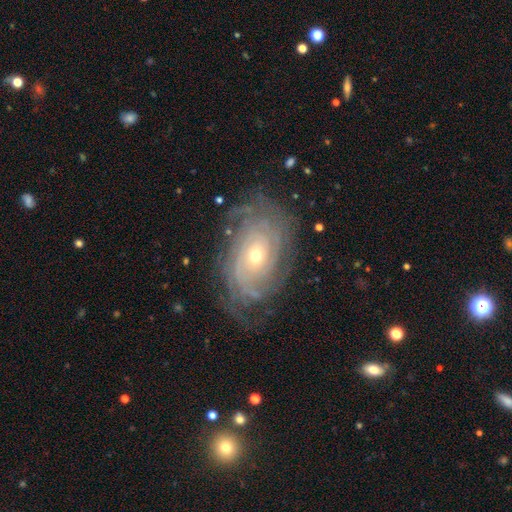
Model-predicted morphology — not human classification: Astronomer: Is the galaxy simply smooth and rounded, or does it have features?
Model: featured or disk — 84%.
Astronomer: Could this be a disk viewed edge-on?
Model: no — 95%.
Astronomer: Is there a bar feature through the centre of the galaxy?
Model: no — 74%.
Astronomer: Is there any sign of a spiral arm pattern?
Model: yes — 94%.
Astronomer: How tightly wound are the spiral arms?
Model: tight — 76%.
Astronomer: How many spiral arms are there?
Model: can't tell — 43%.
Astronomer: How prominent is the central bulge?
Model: small — 54% (runner-up: moderate, 43%).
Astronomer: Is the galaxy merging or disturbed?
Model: none — 76%.